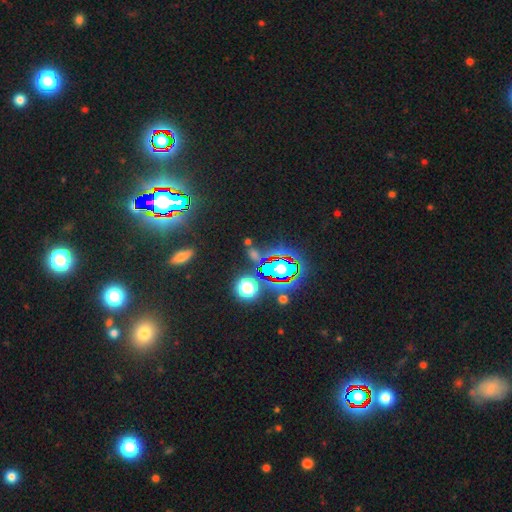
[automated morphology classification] This appears to be a star or artifact, not a galaxy (60%).